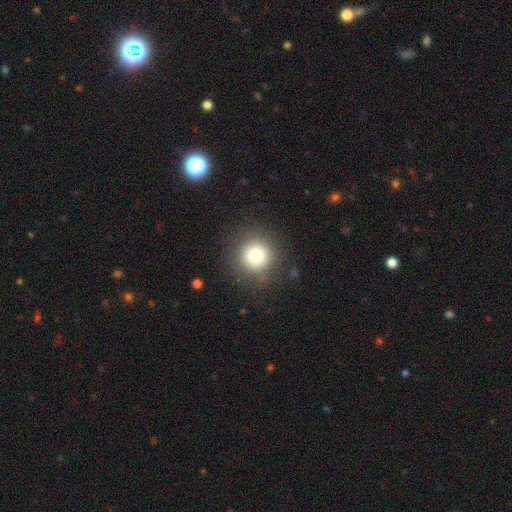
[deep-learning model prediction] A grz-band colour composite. It shows a smooth galaxy with no disk features (81%) that is round (95%). Merging: none (87%).